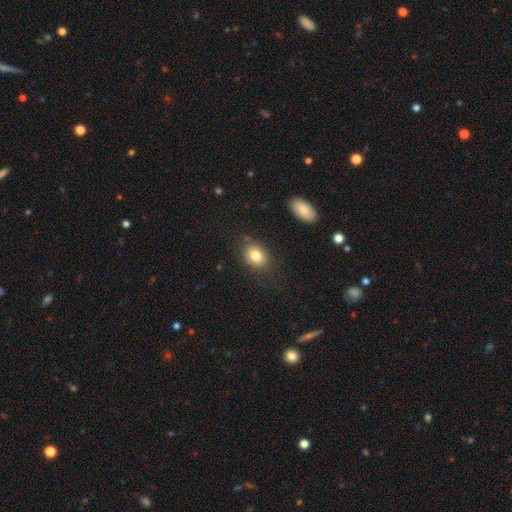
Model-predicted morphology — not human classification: smooth-or-featured: smooth: 81% | star or artifact: 9% | featured or disk: 9%
  how-rounded: in between: 60% | round: 39% | cigar-shaped: 1%
  merging: none: 79% | minor disturbance: 14% | major disturbance: 4% | merger: 3%